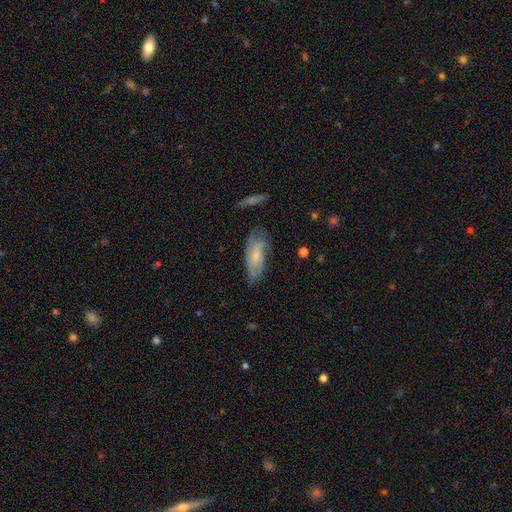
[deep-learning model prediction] This is possibly a featured or disk galaxy (58%). It is clearly not viewed edge-on (89%). Bar: likely no (65%). Spiral arm pattern: clearly yes (83%). Central bulge: possibly small (54%). Merging: possibly none (57%).